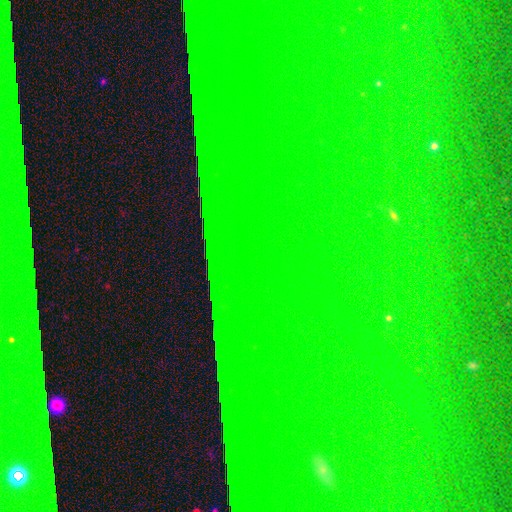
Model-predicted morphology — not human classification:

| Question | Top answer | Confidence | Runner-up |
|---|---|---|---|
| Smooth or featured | star or artifact | 86% | featured or disk (8%) |